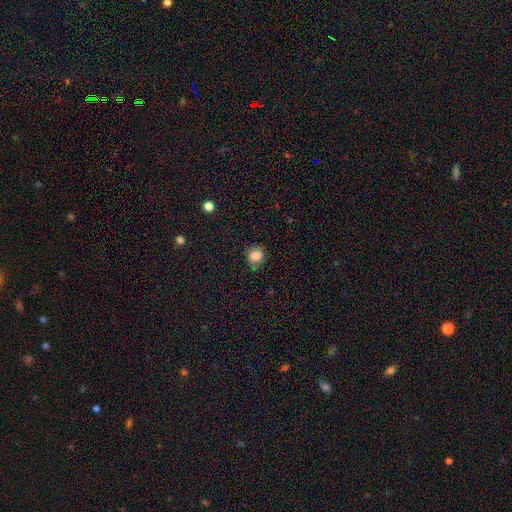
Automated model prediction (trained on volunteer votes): smooth_or_featured: smooth (p=0.83) [alt: star or artifact p=0.10]
how_rounded: round (p=0.65) [alt: in between p=0.34]
merging: none (p=0.80) [alt: minor disturbance p=0.15]